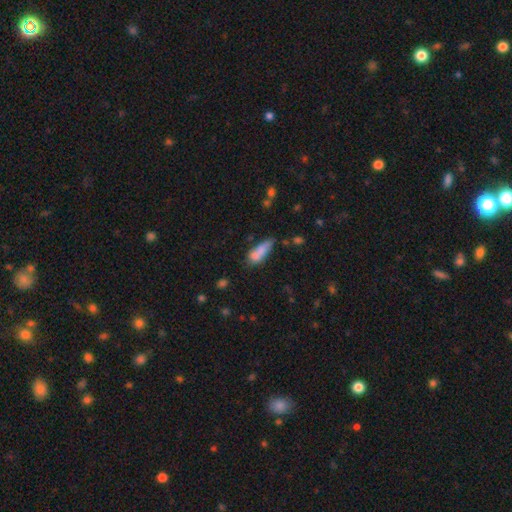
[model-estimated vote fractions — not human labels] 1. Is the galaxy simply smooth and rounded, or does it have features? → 74% smooth, 16% featured or disk, 9% star or artifact.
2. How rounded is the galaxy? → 60% in between, 36% cigar-shaped, 4% round.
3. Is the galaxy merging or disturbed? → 36% none, 28% merger, 25% minor disturbance, 12% major disturbance.